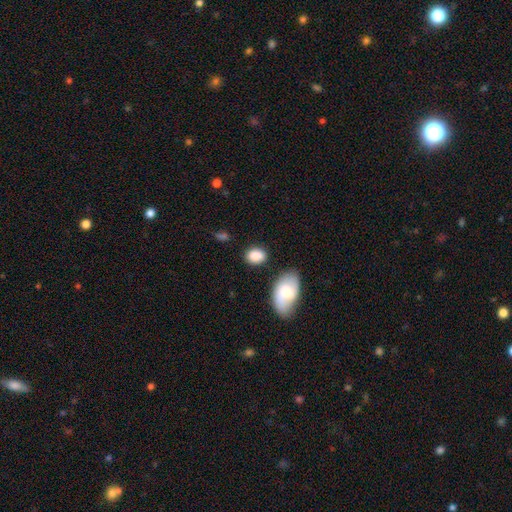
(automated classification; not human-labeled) Smooth or featured: smooth — 86% (featured or disk — 7%)
How rounded: in between — 72% (round — 26%)
Merging: none — 72% (minor disturbance — 17%)